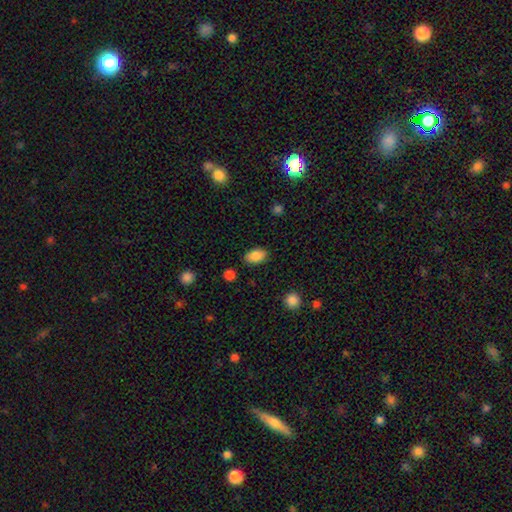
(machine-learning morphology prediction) Overall: smooth (86%). How rounded: in between (91%). Merging: none (86%).